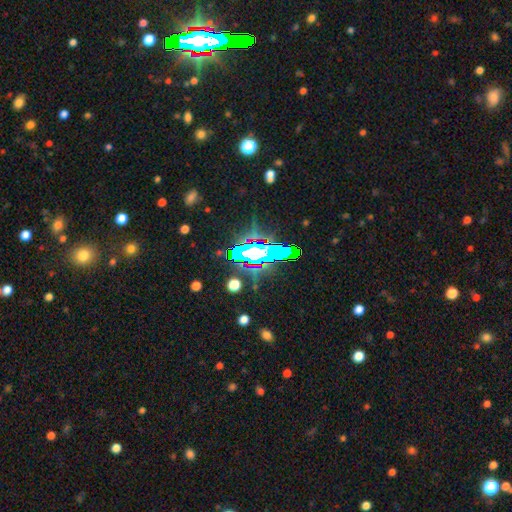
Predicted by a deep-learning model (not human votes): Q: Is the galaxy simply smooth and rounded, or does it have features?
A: star or artifact — 76%.